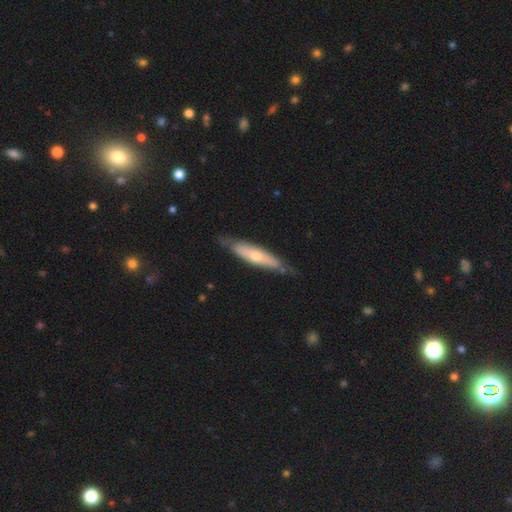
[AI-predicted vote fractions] Q: Smooth or featured?
A: featured or disk (59%); runner-up: smooth (34%)
Q: Edge-on disk?
A: yes (69%); runner-up: no (31%)
Q: Merging?
A: none (78%); runner-up: minor disturbance (17%)